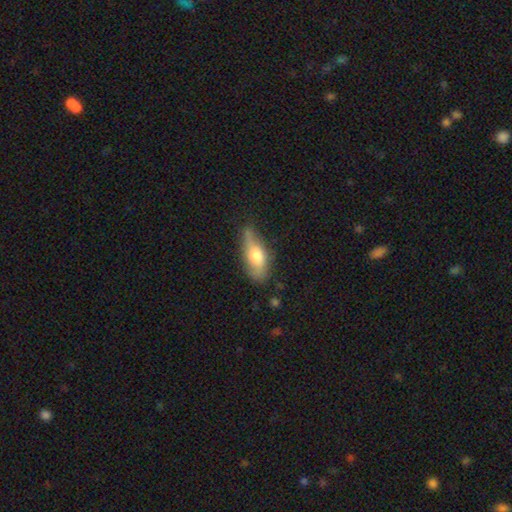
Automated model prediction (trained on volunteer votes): A smooth galaxy with no disk features (57%) that is in between round and cigar-shaped (73%).

Vote fractions:
- Smooth or featured? smooth: 57% / featured or disk: 37% / star or artifact: 7%
- How rounded? in between: 73% / cigar-shaped: 23% / round: 5%
- Merging? none: 61% / minor disturbance: 28% / major disturbance: 7% / merger: 3%